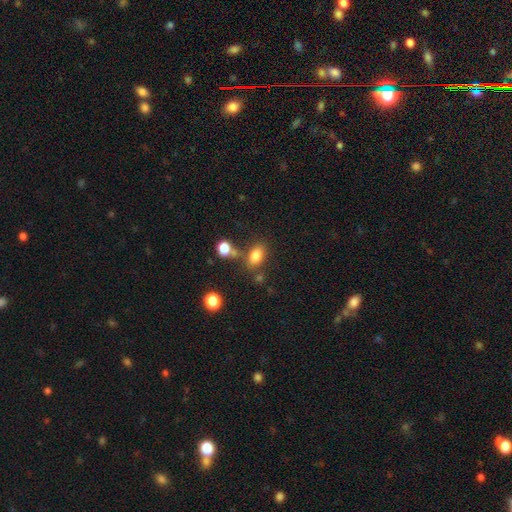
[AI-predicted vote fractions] This is clearly a smooth galaxy (80%). How rounded: clearly in between (81%). Merging: likely none (64%).